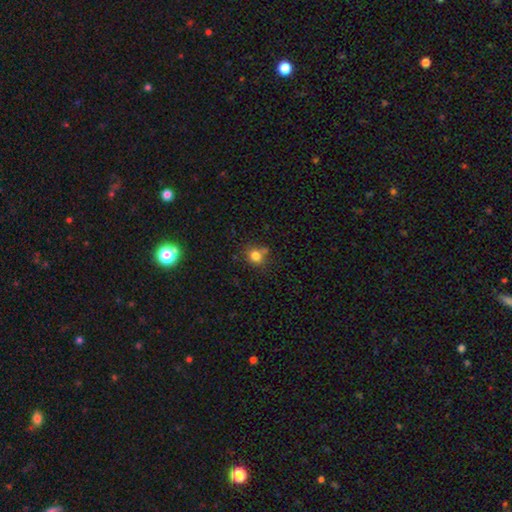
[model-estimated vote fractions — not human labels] A smooth galaxy with no disk features (80%) that is round (74%).

Vote fractions:
- Smooth or featured? smooth: 80% / star or artifact: 12% / featured or disk: 7%
- How rounded? round: 74% / in between: 25% / cigar-shaped: 1%
- Merging? none: 64% / merger: 17% / minor disturbance: 15% / major disturbance: 5%